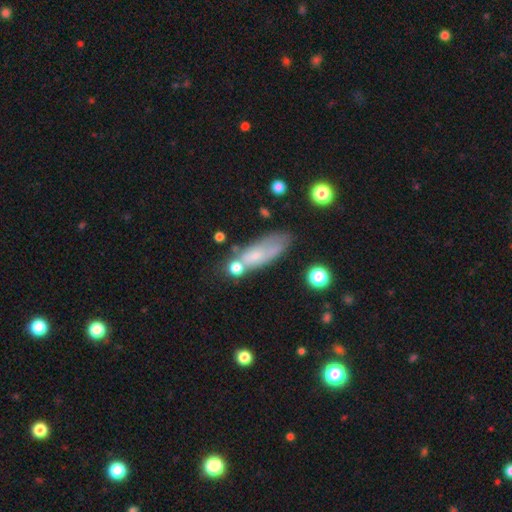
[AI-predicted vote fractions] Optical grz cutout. It shows a smooth galaxy with no disk features (61%) that is in between round and cigar-shaped (59%). Merging: none (50%).